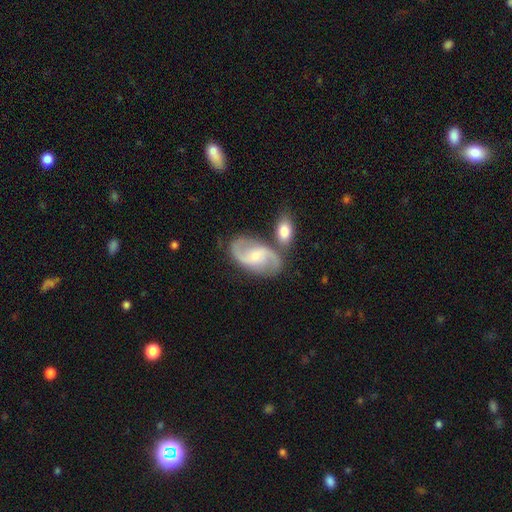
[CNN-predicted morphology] A featured or disk galaxy (84%) with no bar (45%), 2 (92%) loose (44%) spiral arms (96%) and a small central bulge (58%).

Vote fractions:
- Smooth or featured? featured or disk: 84% / smooth: 10% / star or artifact: 5%
- Edge-on disk? no: 97% / yes: 3%
- Bar? no: 45% / weak: 43% / strong: 12%
- Spiral arms? yes: 96% / no: 4%
- Spiral winding? loose: 44% / medium: 43% / tight: 12%
- Spiral arm count? 2: 92% / can't tell: 3% / 1: 1% / 3: 1% / 4: 1% / more than 4: 1%
- Bulge size? small: 58% / moderate: 35% / none: 4% / large: 2% / dominant: 1%
- Merging? none: 62% / merger: 21% / minor disturbance: 13% / major disturbance: 4%